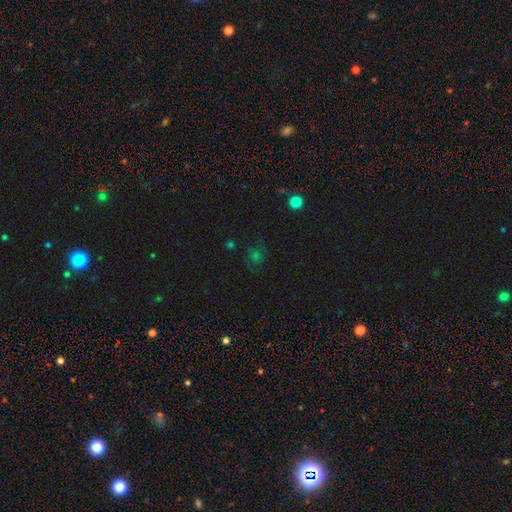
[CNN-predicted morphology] Smooth or featured?
  - star or artifact: 43% *
  - smooth: 42%
  - featured or disk: 15%